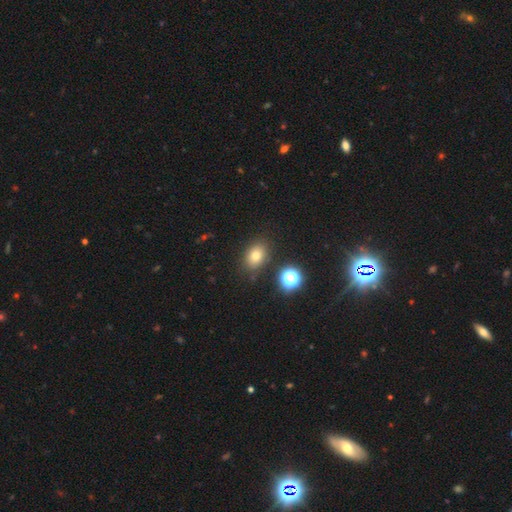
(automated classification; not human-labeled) This is likely a smooth galaxy (75%). How rounded: likely in between (64%). Merging: clearly none (81%).